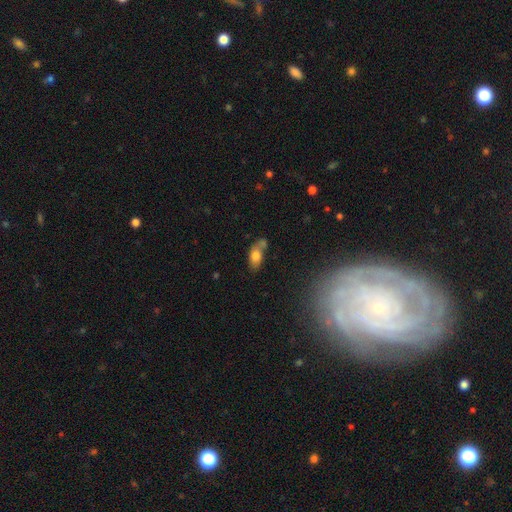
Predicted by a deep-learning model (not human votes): Morphology: type=smooth (73%); roundness=in between (85%); merging=none (37%).